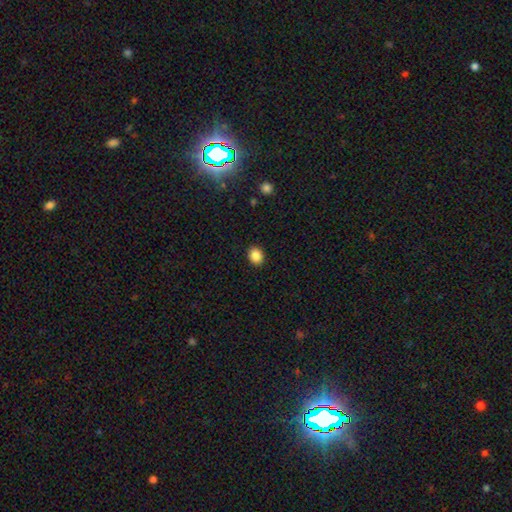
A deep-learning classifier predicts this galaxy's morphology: smooth 87%, star or artifact 9%, featured or disk 4%. Down the decision tree: how rounded — round (51%); merging — none (91%).